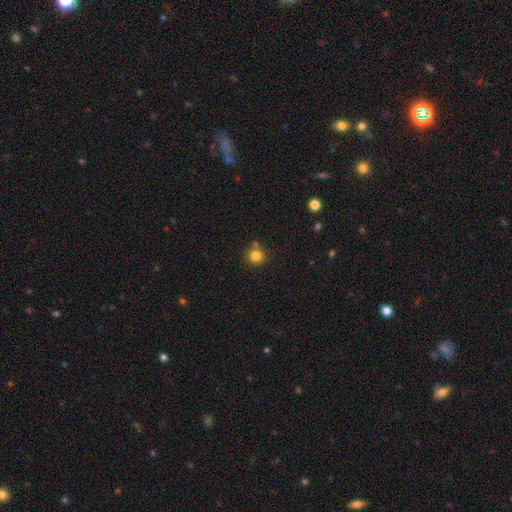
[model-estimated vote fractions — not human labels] Smooth or featured?
  - smooth: 82% *
  - star or artifact: 12%
  - featured or disk: 5%
How rounded?
  - round: 91% *
  - in between: 8%
  - cigar-shaped: 1%
Merging?
  - none: 74% *
  - merger: 13%
  - minor disturbance: 10%
  - major disturbance: 3%